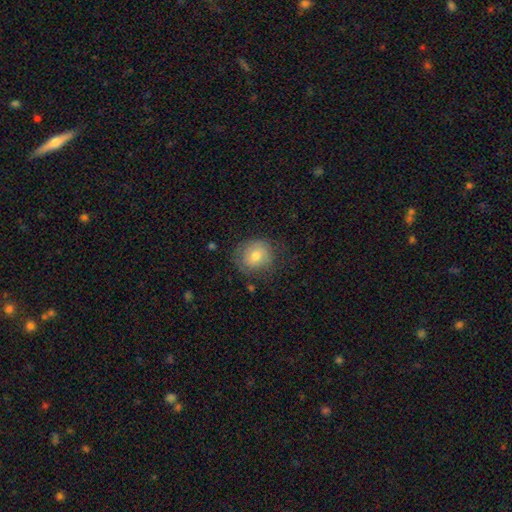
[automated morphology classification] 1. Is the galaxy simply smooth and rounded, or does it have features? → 74% smooth, 18% featured or disk, 9% star or artifact.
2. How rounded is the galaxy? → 77% round, 22% in between, 1% cigar-shaped.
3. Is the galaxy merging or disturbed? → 71% none, 19% minor disturbance, 8% major disturbance, 1% merger.